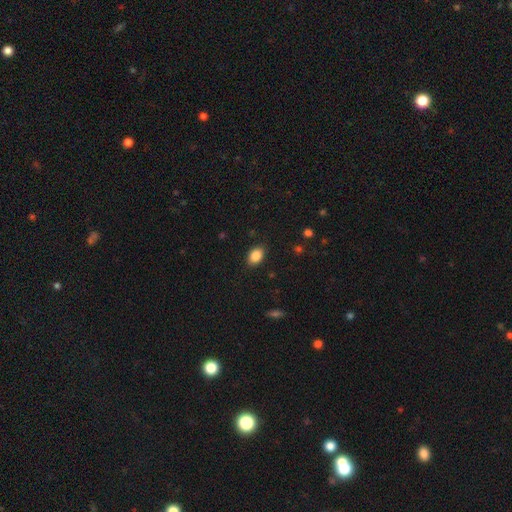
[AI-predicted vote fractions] Smooth or featured: smooth — 87% (star or artifact — 8%)
How rounded: in between — 82% (round — 17%)
Merging: none — 88% (minor disturbance — 9%)